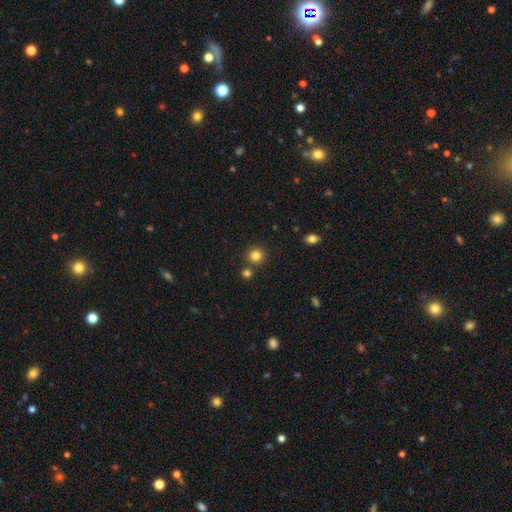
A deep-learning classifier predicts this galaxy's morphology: Overall: smooth (82%). How rounded: round (91%). Merging: none (80%).